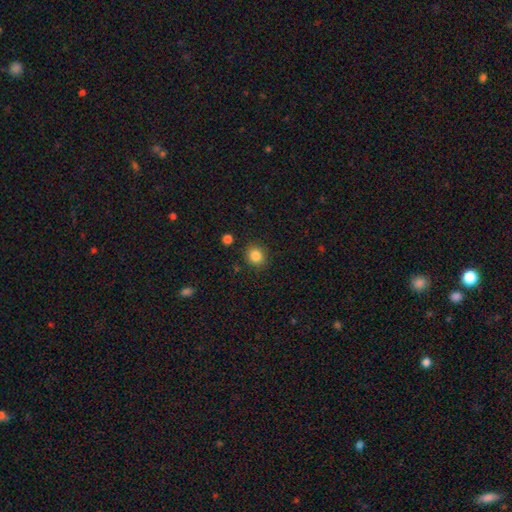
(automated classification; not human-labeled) smooth 85%, star or artifact 11%, featured or disk 4%. Down the decision tree: how rounded — round (84%); merging — none (89%).